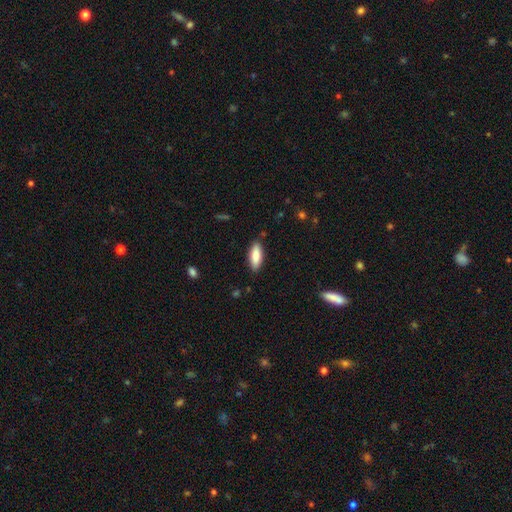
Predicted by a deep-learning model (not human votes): smooth 84%, featured or disk 10%, star or artifact 6%. Down the decision tree: how rounded — in between (69%); merging — none (87%).